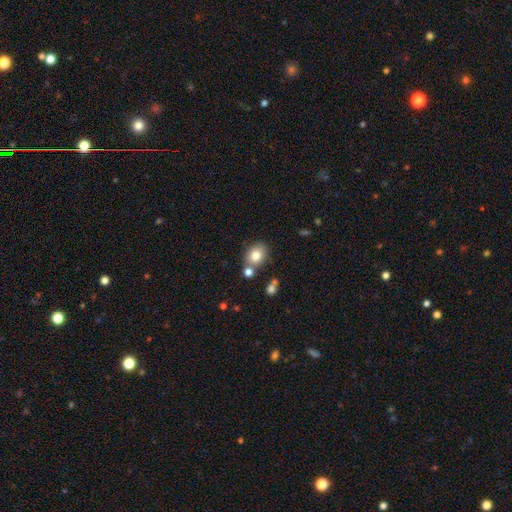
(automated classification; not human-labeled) Smooth or featured: smooth — 80% (featured or disk — 10%)
How rounded: in between — 51% (round — 48%)
Merging: none — 69% (merger — 15%)